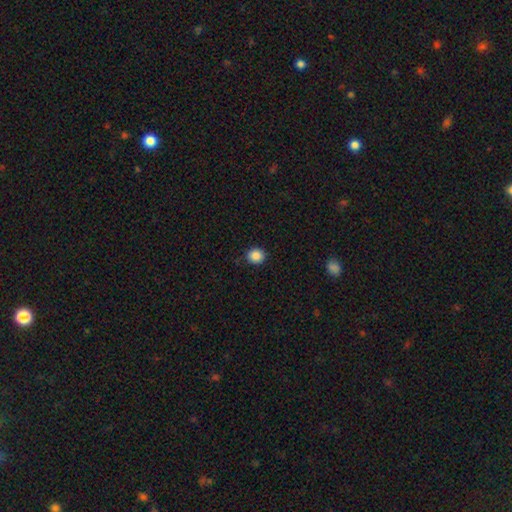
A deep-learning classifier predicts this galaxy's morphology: Smooth or featured: smooth — 87% (star or artifact — 10%)
How rounded: round — 85% (in between — 14%)
Merging: none — 90% (minor disturbance — 7%)